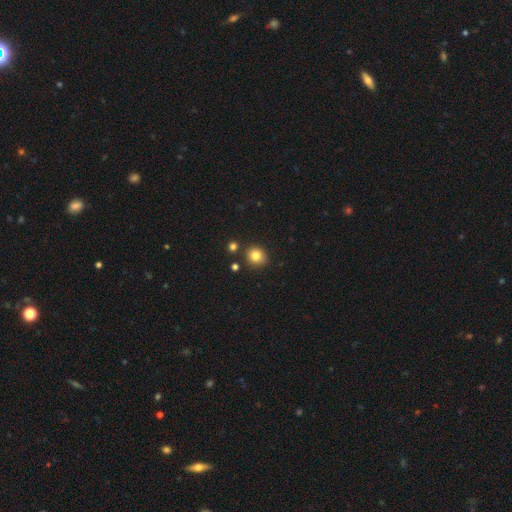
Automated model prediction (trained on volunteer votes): Q: Smooth or featured?
A: smooth (81%); runner-up: star or artifact (12%)
Q: How rounded?
A: round (80%); runner-up: in between (19%)
Q: Merging?
A: none (81%); runner-up: minor disturbance (11%)